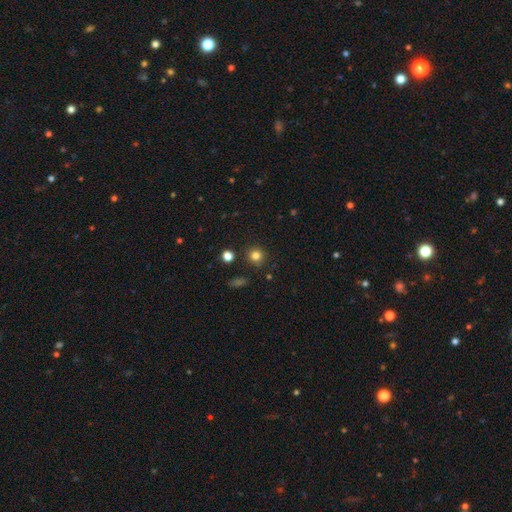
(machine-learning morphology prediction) Smooth or featured? Predicted: smooth (p=0.81). How rounded? Predicted: round (p=0.91). Merging? Predicted: none (p=0.88).